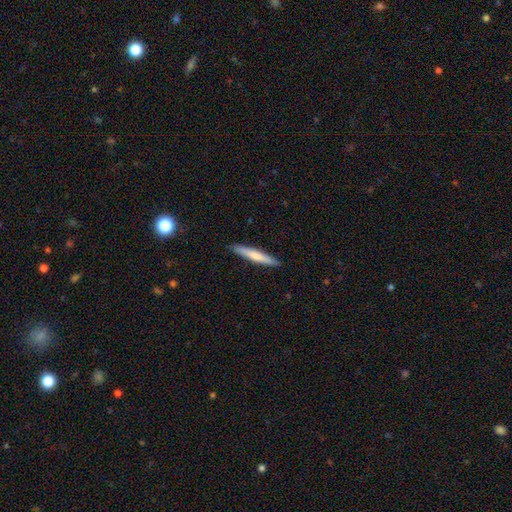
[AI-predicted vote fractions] This is likely a smooth galaxy (66%). How rounded: clearly cigar-shaped (95%). Merging: clearly none (91%).